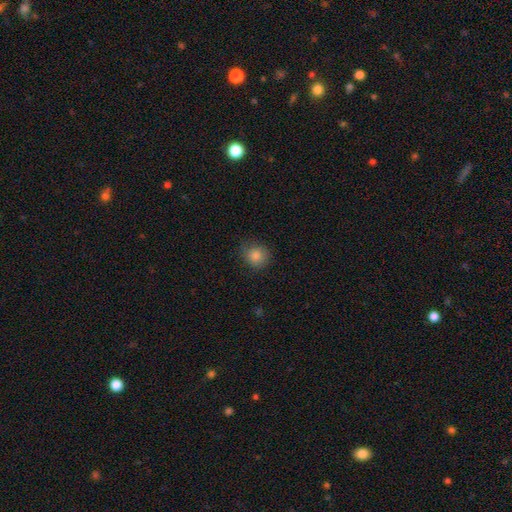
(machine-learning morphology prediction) This is clearly a smooth galaxy (84%). How rounded: clearly round (86%). Merging: likely none (79%).